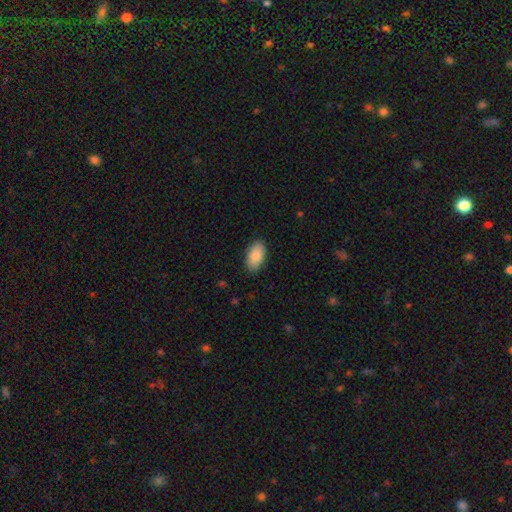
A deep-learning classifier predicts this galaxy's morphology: This appears to be a smooth galaxy with no disk features (85%) that is in between round and cigar-shaped (95%). Merging: none (87%).